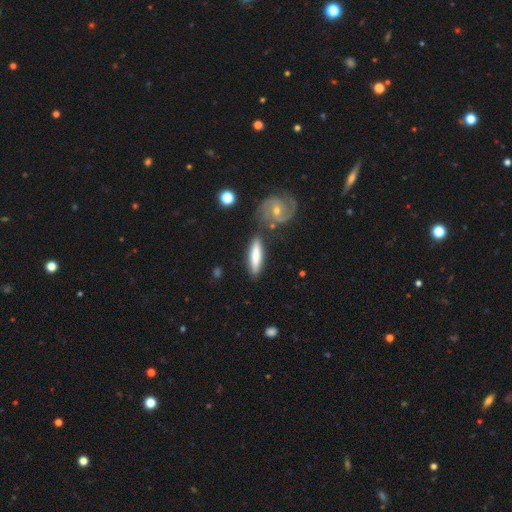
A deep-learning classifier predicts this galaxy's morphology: Smooth or featured?
  - smooth: 64% *
  - featured or disk: 31%
  - star or artifact: 6%
How rounded?
  - cigar-shaped: 79% *
  - in between: 19%
  - round: 2%
Merging?
  - none: 77% *
  - minor disturbance: 12%
  - merger: 8%
  - major disturbance: 3%